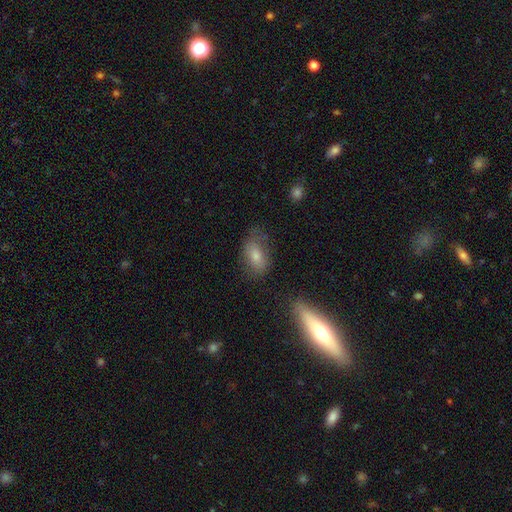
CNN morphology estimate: This is likely a smooth galaxy (65%). How rounded: clearly in between (83%). Merging: likely none (61%).